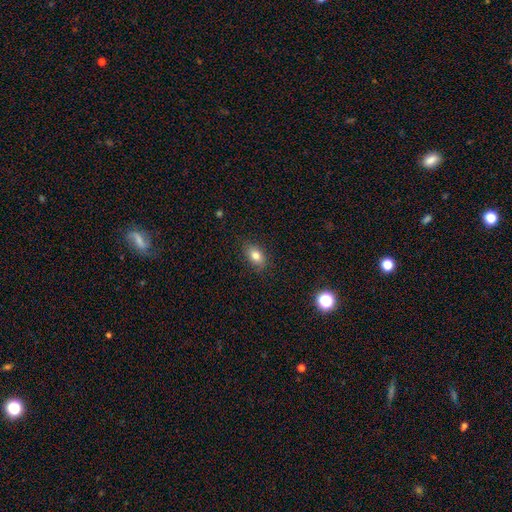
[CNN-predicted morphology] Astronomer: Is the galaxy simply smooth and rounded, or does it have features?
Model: smooth — 80%.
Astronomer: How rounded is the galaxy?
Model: in between — 84%.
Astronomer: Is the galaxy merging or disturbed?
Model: none — 83%.